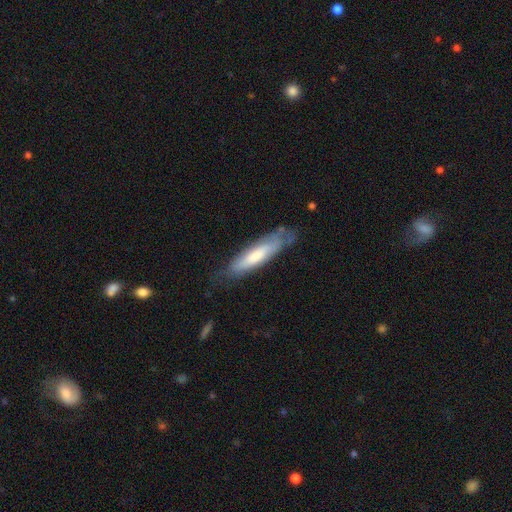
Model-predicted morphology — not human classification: Smooth or featured? Predicted: smooth (p=0.59). How rounded? Predicted: cigar-shaped (p=0.70). Merging? Predicted: none (p=0.64).